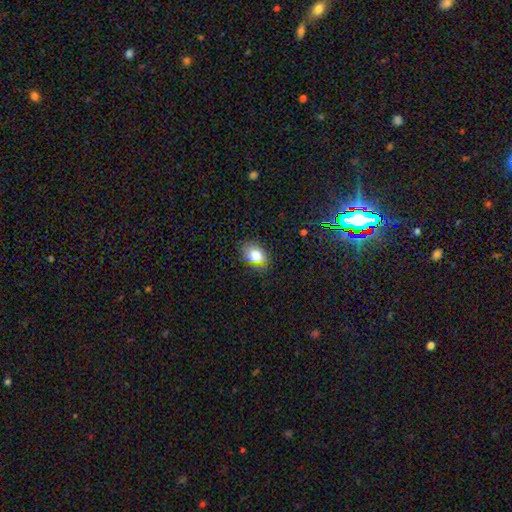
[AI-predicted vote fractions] A smooth galaxy with no disk features (74%) that is in between round and cigar-shaped (73%).

Vote fractions:
- Smooth or featured? smooth: 74% / star or artifact: 14% / featured or disk: 12%
- How rounded? in between: 73% / round: 26% / cigar-shaped: 2%
- Merging? none: 79% / minor disturbance: 16% / major disturbance: 4% / merger: 1%